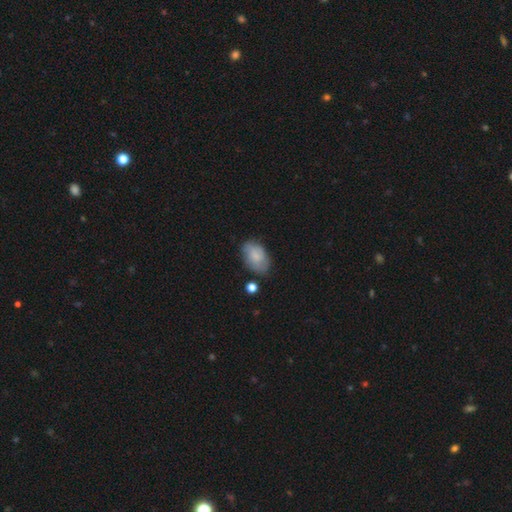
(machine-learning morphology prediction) This is likely a smooth galaxy (72%). How rounded: clearly in between (88%). Merging: likely none (64%).